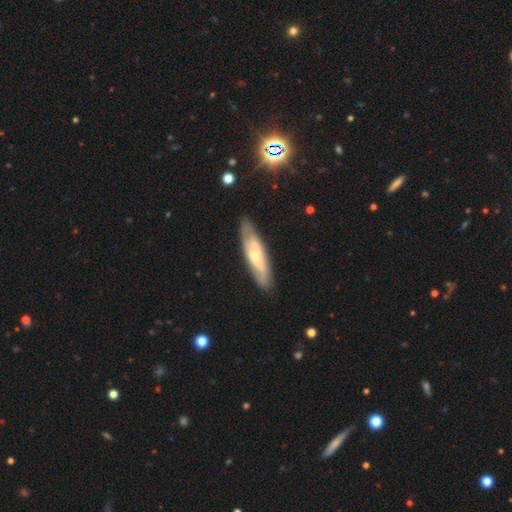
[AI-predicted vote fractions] Smooth or featured: featured or disk — 60% (smooth — 35%)
Edge-on disk: no — 66% (yes — 34%)
Merging: none — 82% (minor disturbance — 13%)